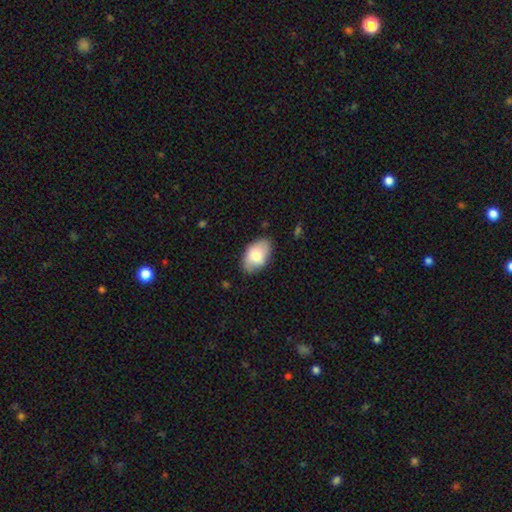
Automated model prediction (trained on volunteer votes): The model was most divided on "smooth or featured": smooth: 78%, featured or disk: 16%, star or artifact: 6%. More confident: how rounded — in between (93%); merging — none (81%).